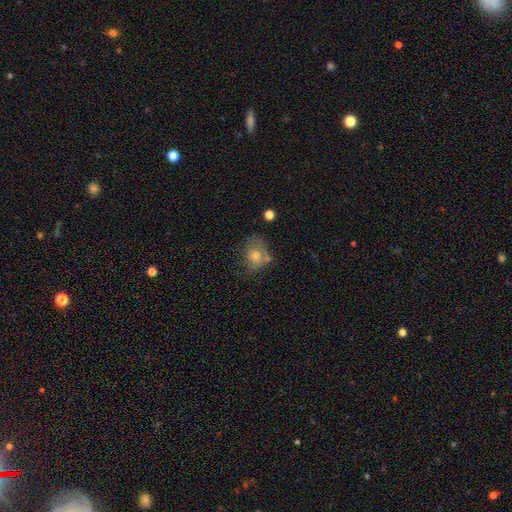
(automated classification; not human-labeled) Q: Smooth or featured?
A: smooth (52%); runner-up: featured or disk (32%)
Q: How rounded?
A: round (60%); runner-up: in between (39%)
Q: Merging?
A: none (52%); runner-up: minor disturbance (24%)